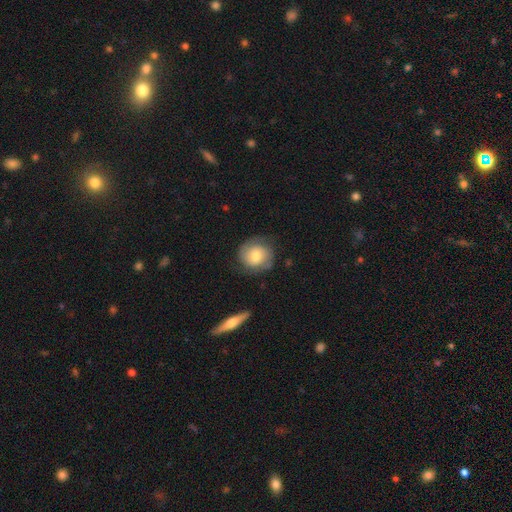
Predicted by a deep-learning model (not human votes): smooth-or-featured: featured or disk: 51% | smooth: 42% | star or artifact: 7%
  disk-edge-on: no: 97% | yes: 3%
  merging: none: 76% | minor disturbance: 17% | major disturbance: 6% | merger: 2%